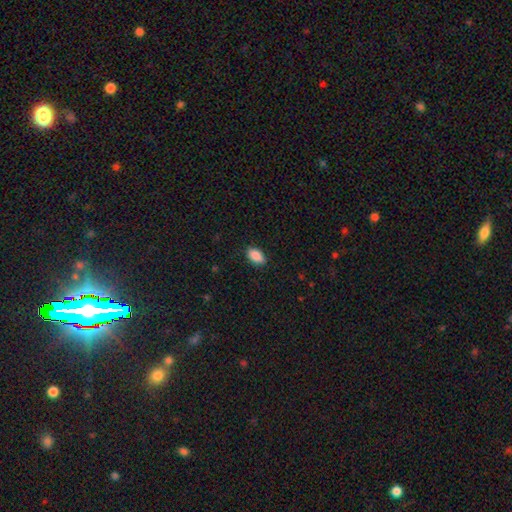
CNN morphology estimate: smooth-or-featured: smooth: 90% | star or artifact: 7% | featured or disk: 3%
  how-rounded: in between: 93% | round: 5% | cigar-shaped: 2%
  merging: none: 87% | minor disturbance: 10% | major disturbance: 2% | merger: 1%